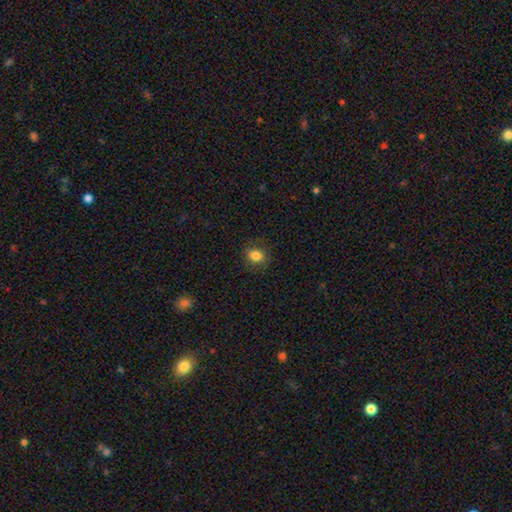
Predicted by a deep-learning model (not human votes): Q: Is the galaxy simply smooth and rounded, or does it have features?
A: smooth — 83%.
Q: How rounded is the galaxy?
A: round — 56%.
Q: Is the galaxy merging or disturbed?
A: none — 84%.